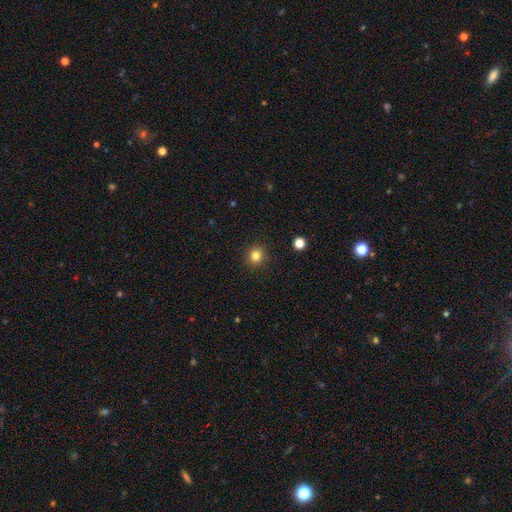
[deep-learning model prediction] Overall: smooth (82%). How rounded: round (88%). Merging: none (91%).